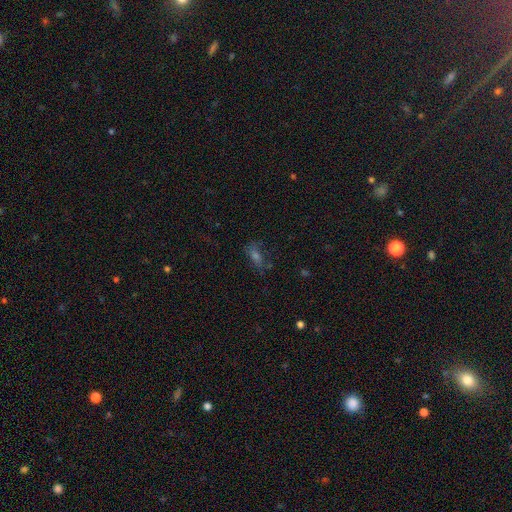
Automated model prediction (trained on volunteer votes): Smooth or featured? Predicted: smooth (p=0.41). Merging? Predicted: none (p=0.66).